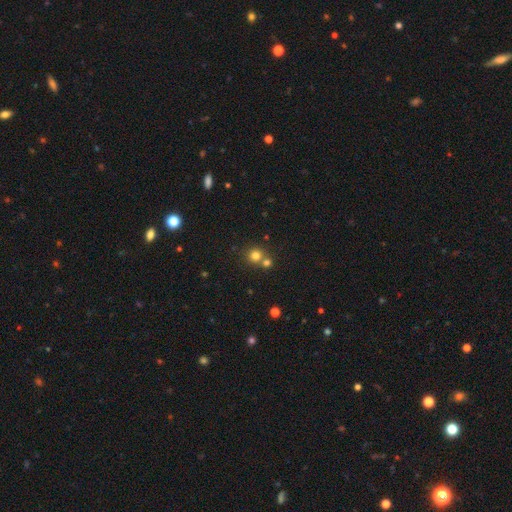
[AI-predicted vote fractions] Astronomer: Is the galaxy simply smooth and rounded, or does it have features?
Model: smooth — 76%.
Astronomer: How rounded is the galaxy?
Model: round — 91%.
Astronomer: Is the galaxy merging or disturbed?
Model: none — 58%.